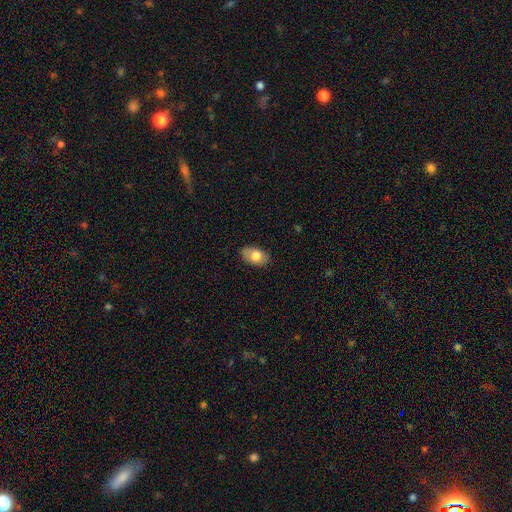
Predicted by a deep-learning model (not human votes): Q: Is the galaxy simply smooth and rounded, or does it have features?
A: smooth — 77%.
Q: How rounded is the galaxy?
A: in between — 90%.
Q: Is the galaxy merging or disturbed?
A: none — 80%.